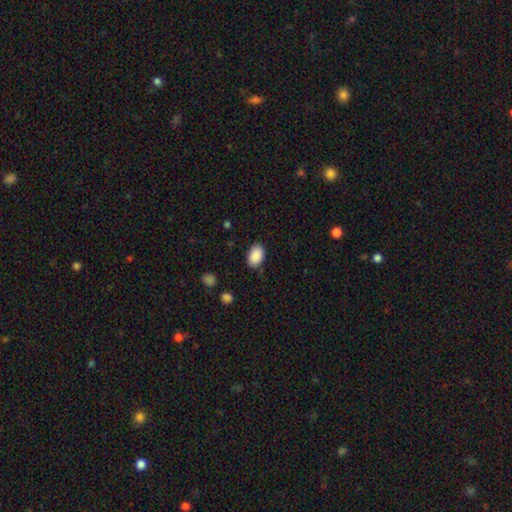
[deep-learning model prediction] smooth 90%, star or artifact 7%, featured or disk 3%. Down the decision tree: how rounded — in between (88%); merging — none (85%).